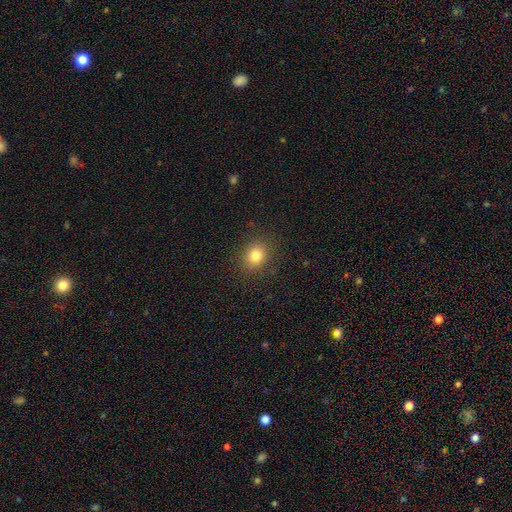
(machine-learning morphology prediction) A smooth galaxy with no disk features (80%) that is round (70%). Merging: none (88%).